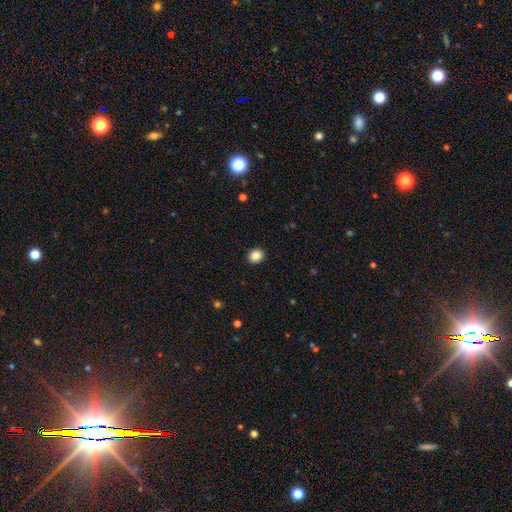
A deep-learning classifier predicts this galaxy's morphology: type=smooth (87%); roundness=round (72%); merging=none (92%).